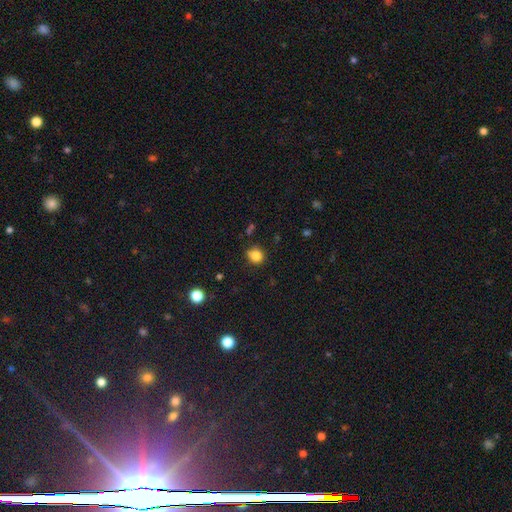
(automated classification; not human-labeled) Smooth or featured: smooth — 83% (star or artifact — 12%)
How rounded: round — 78% (in between — 21%)
Merging: none — 75% (minor disturbance — 18%)